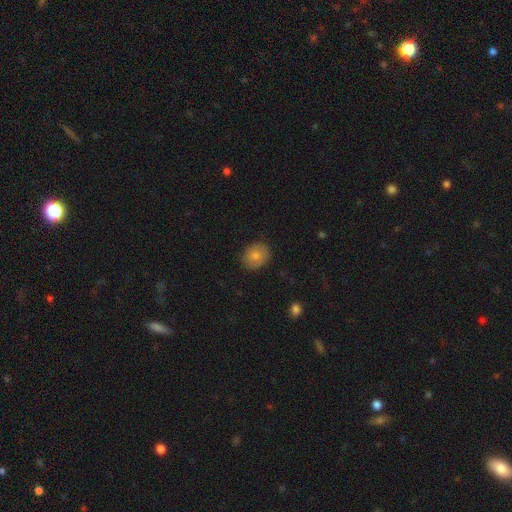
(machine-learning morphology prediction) Smooth or featured: smooth — 77% (featured or disk — 15%)
How rounded: round — 61% (in between — 38%)
Merging: none — 85% (minor disturbance — 11%)